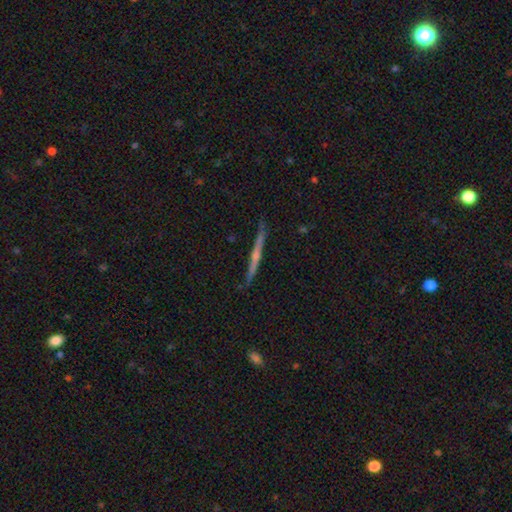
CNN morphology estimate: Smooth or featured? featured or disk (65%)
Edge-on disk? yes (95%)
Edge-on bulge? rounded (52%)
Merging? none (86%)